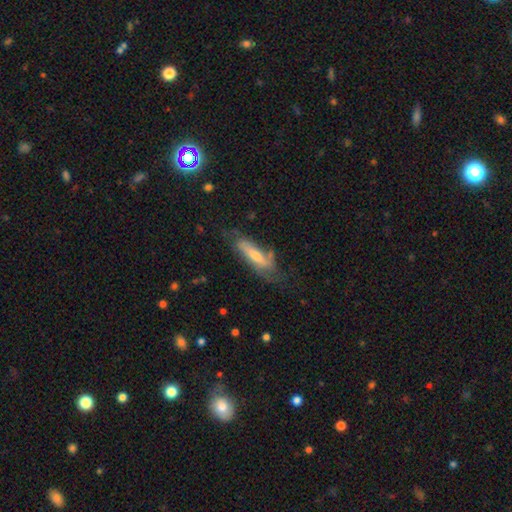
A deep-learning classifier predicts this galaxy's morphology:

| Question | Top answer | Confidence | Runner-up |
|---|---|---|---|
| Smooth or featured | featured or disk | 56% | smooth (37%) |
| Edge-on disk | no | 60% | yes (40%) |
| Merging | none | 56% | minor disturbance (26%) |